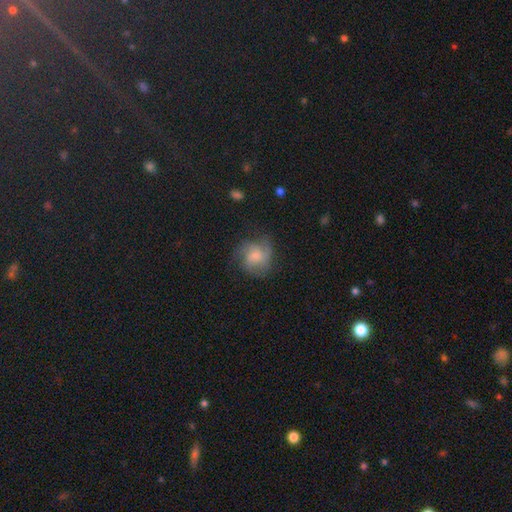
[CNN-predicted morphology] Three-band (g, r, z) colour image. It shows a featured or disk galaxy (58%) with no bar (66%), 3 (41%) medium (50%) spiral arms (90%) and a small central bulge (44%). Merging: none (62%).